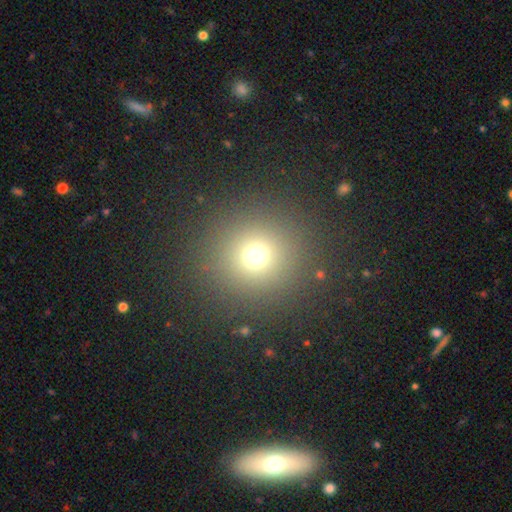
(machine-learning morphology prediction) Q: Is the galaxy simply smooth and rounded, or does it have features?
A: smooth — 69%.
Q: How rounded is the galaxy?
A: round — 93%.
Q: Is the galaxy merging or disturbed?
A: none — 87%.